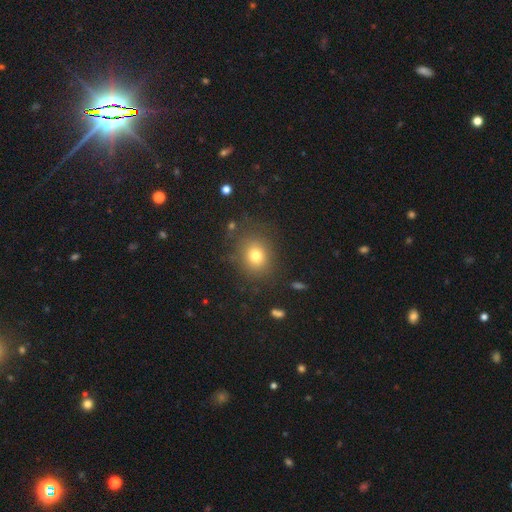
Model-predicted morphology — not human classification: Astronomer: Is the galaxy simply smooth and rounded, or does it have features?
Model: smooth — 76%.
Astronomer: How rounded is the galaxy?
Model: round — 68%.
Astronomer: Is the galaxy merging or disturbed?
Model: none — 80%.